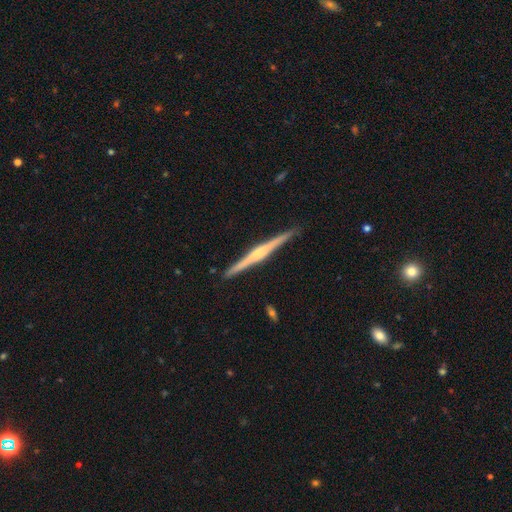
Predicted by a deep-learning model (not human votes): smooth-or-featured: featured or disk: 81% | smooth: 14% | star or artifact: 5%
  disk-edge-on: yes: 99% | no: 1%
    edge-on-bulge: rounded: 68% | boxy: 17% | none: 15%
  merging: none: 92% | minor disturbance: 6% | major disturbance: 1% | merger: 1%